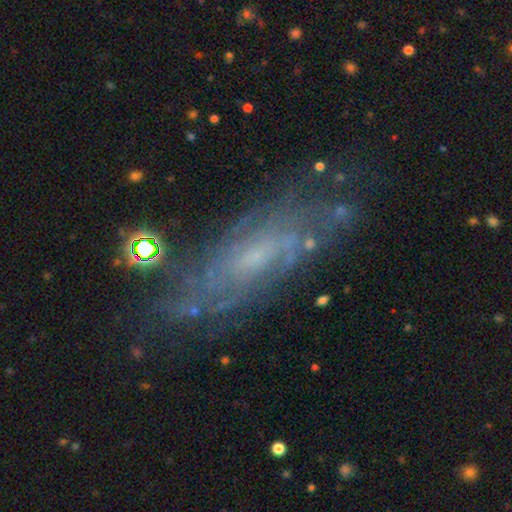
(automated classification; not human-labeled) A featured or disk galaxy (70%) with no bar (58%), spiral arms (80%) and a small central bulge (64%).

Vote fractions:
- Smooth or featured? featured or disk: 70% / smooth: 19% / star or artifact: 12%
- Edge-on disk? no: 77% / yes: 23%
- Bar? no: 58% / weak: 35% / strong: 7%
- Spiral arms? yes: 80% / no: 20%
- Bulge size? small: 64% / moderate: 22% / none: 11% / large: 2% / dominant: 1%
- Merging? none: 76% / minor disturbance: 16% / major disturbance: 6% / merger: 2%